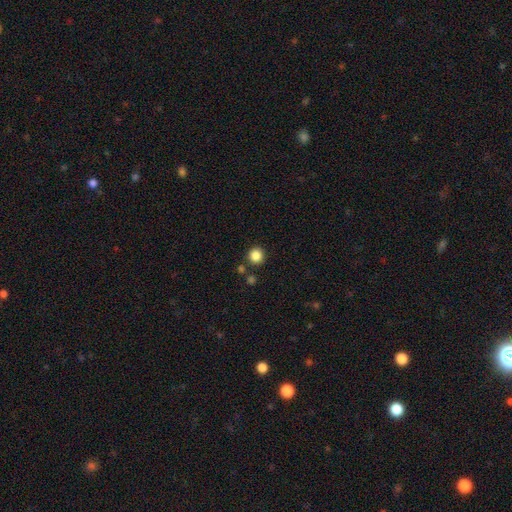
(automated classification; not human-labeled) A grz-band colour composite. It shows a smooth galaxy with no disk features (86%) that is round (94%). Merging: none (86%).